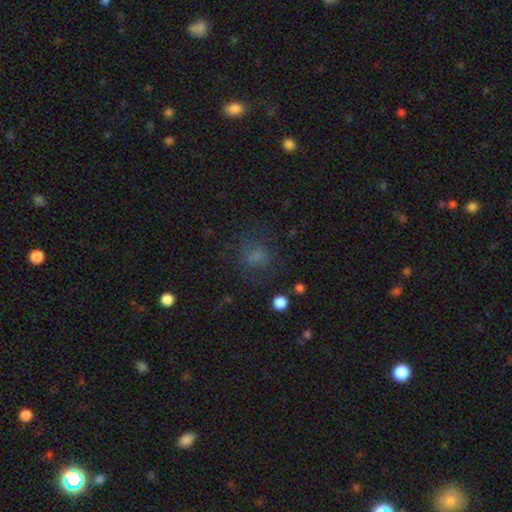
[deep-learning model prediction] Smooth or featured?
  - smooth: 66% *
  - star or artifact: 19%
  - featured or disk: 14%
How rounded?
  - round: 64% *
  - in between: 35%
  - cigar-shaped: 1%
Merging?
  - none: 63% *
  - minor disturbance: 18%
  - major disturbance: 17%
  - merger: 3%